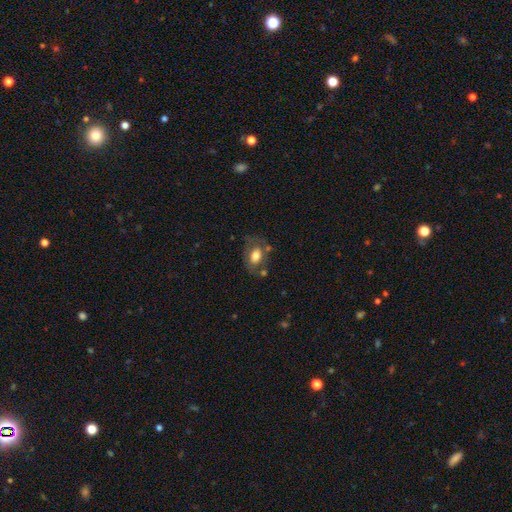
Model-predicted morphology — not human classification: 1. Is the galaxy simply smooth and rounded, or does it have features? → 65% smooth, 27% featured or disk, 8% star or artifact.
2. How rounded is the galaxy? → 76% in between, 22% round, 1% cigar-shaped.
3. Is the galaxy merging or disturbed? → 61% none, 20% minor disturbance, 10% major disturbance, 9% merger.